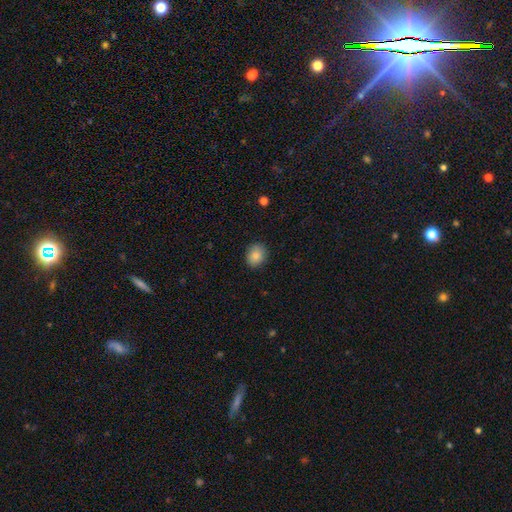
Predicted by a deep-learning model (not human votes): smooth-or-featured: smooth: 84% | star or artifact: 9% | featured or disk: 7%
  how-rounded: round: 58% | in between: 41% | cigar-shaped: 1%
  merging: none: 88% | minor disturbance: 9% | major disturbance: 2% | merger: 1%